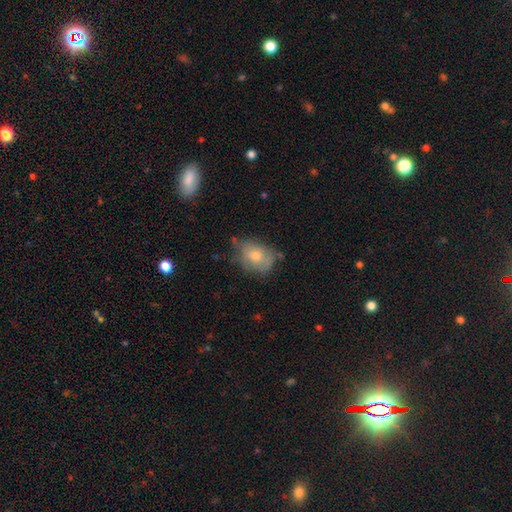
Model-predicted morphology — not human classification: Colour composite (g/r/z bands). It shows a smooth galaxy with no disk features (62%) that is in between round and cigar-shaped (60%). Merging: none (51%).